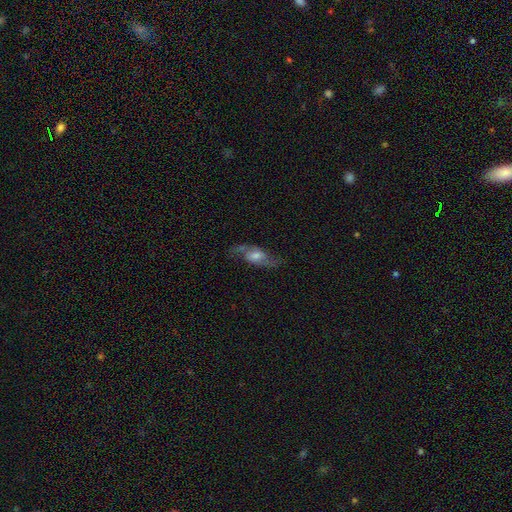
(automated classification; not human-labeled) Smooth or featured? featured or disk (75%)
Edge-on disk? no (90%)
Bar? no (49%)
Spiral arms? yes (92%)
Spiral winding? loose (59%)
Spiral arm count? 2 (91%)
Bulge size? moderate (51%)
Merging? none (72%)